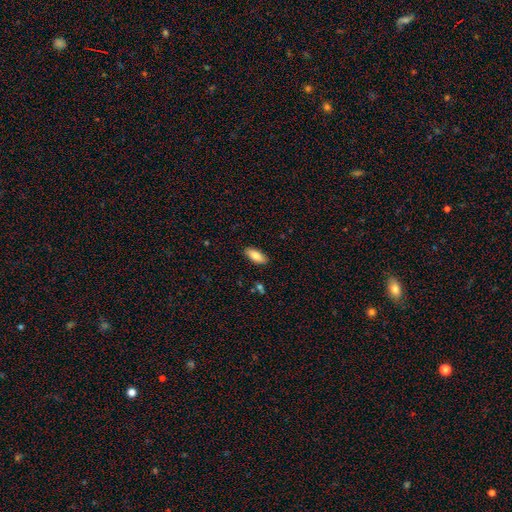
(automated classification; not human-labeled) Smooth or featured: smooth — 84% (featured or disk — 9%)
How rounded: in between — 86% (cigar-shaped — 12%)
Merging: none — 88% (minor disturbance — 9%)